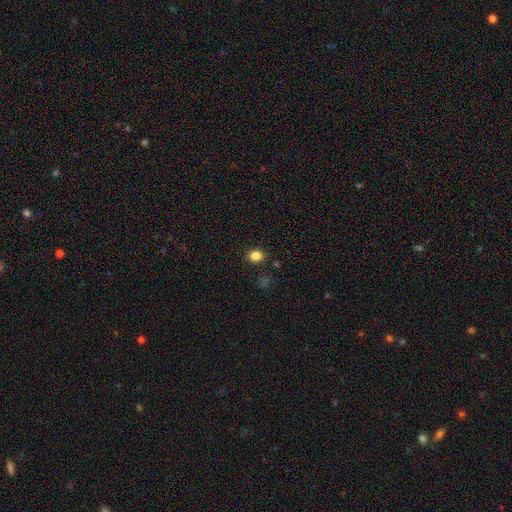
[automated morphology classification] This is clearly a smooth galaxy (83%). How rounded: possibly in between (51%). Merging: clearly none (86%).